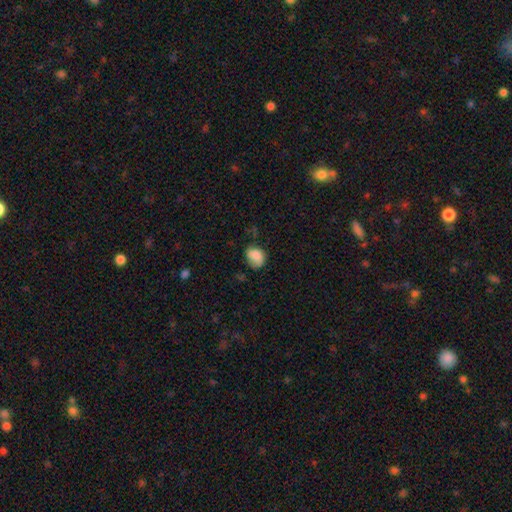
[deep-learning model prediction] smooth 82%, featured or disk 9%, star or artifact 8%. Down the decision tree: how rounded — in between (53%); merging — none (53%).